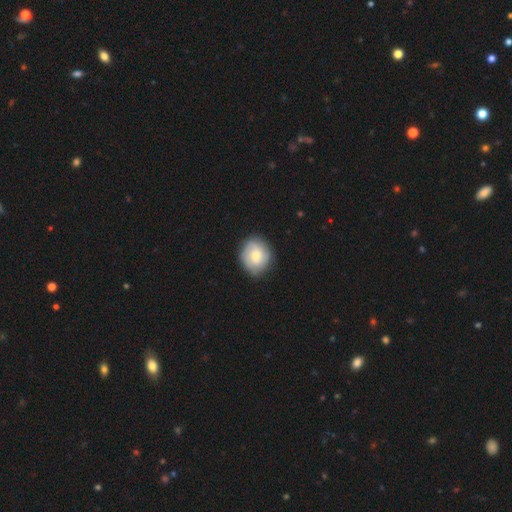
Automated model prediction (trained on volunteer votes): The model was most divided on "smooth or featured": smooth: 54%, featured or disk: 40%, star or artifact: 6%. More confident: merging — none (82%); how rounded — round (72%).